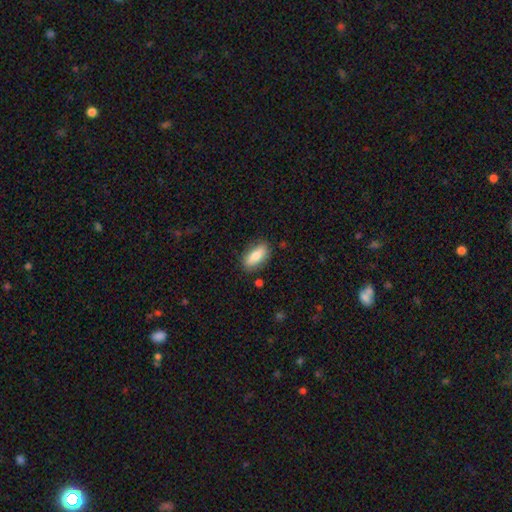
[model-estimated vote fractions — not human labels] Smooth or featured? Predicted: smooth (p=0.76). How rounded? Predicted: in between (p=0.81). Merging? Predicted: none (p=0.81).